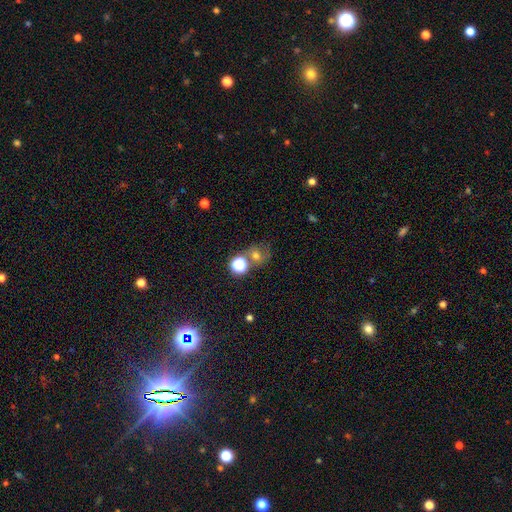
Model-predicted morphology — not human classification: Smooth or featured? smooth (57%)
How rounded? round (76%)
Merging? none (54%)